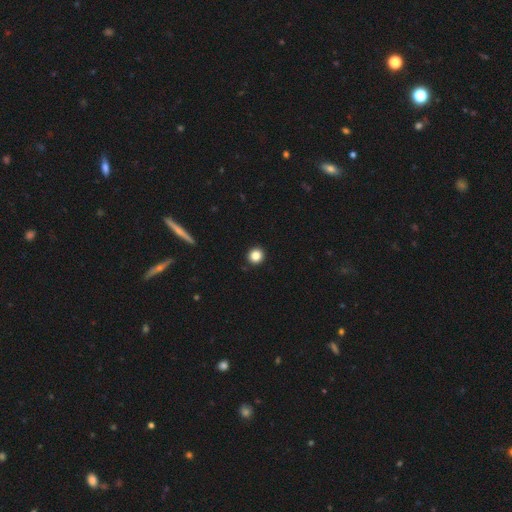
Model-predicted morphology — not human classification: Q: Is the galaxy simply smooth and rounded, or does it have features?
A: smooth — 85%.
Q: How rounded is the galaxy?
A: round — 93%.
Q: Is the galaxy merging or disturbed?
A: none — 93%.